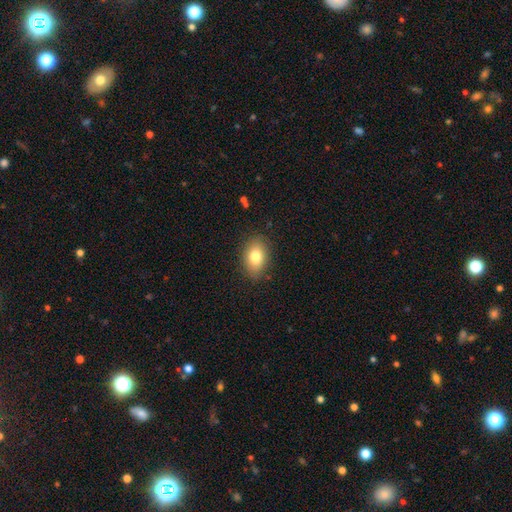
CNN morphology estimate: A smooth galaxy with no disk features (80%) that is in between round and cigar-shaped (84%).

Vote fractions:
- Smooth or featured? smooth: 80% / featured or disk: 12% / star or artifact: 8%
- How rounded? in between: 84% / round: 14% / cigar-shaped: 2%
- Merging? none: 86% / minor disturbance: 10% / major disturbance: 3% / merger: 1%